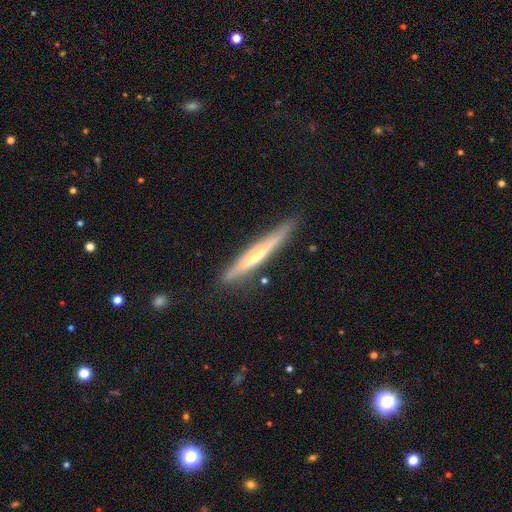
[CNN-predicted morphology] smooth_or_featured: featured or disk (p=0.62) [alt: smooth p=0.31]
disk_edge_on: yes (p=0.95) [alt: no p=0.05]
edge_on_bulge: rounded (p=0.66) [alt: none p=0.29]
merging: none (p=0.85) [alt: minor disturbance p=0.11]